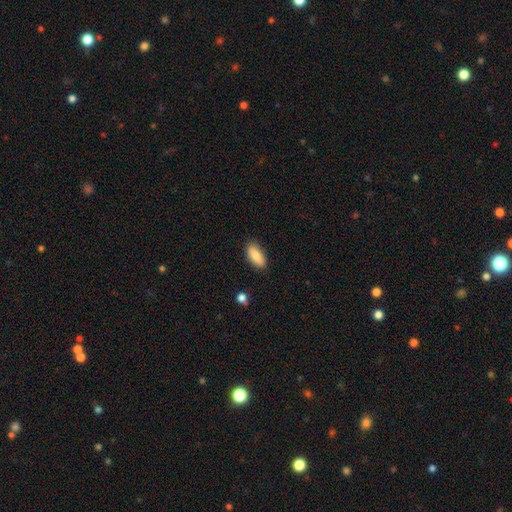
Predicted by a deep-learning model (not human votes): Q: Smooth or featured?
A: smooth (85%); runner-up: featured or disk (9%)
Q: How rounded?
A: in between (83%); runner-up: cigar-shaped (15%)
Q: Merging?
A: none (85%); runner-up: minor disturbance (11%)